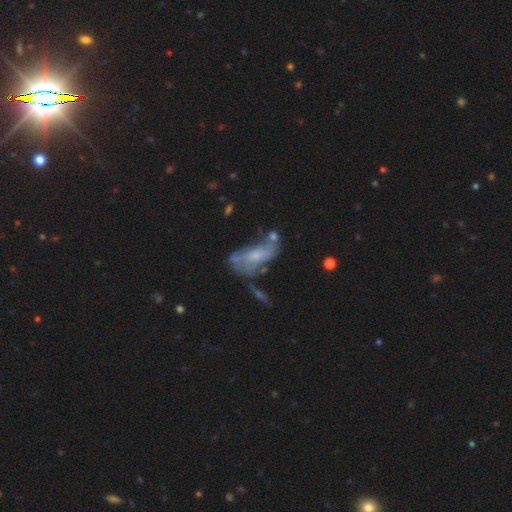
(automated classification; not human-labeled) Smooth or featured?
  - featured or disk: 51% *
  - smooth: 38%
  - star or artifact: 10%
Edge-on disk?
  - no: 90% *
  - yes: 10%
Merging?
  - none: 33% *
  - major disturbance: 24%
  - minor disturbance: 23%
  - merger: 20%